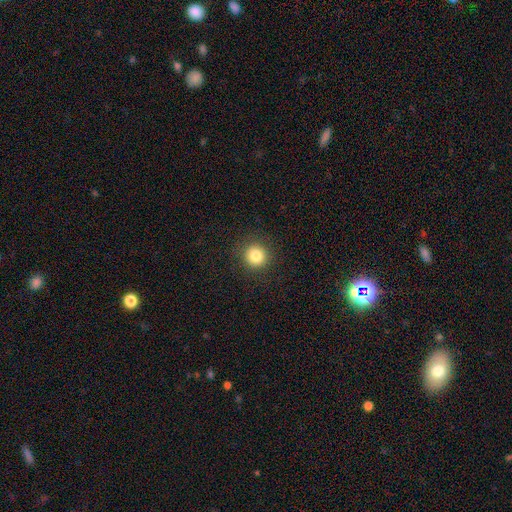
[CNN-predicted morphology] Overall: smooth (82%). How rounded: round (94%). Merging: none (91%).